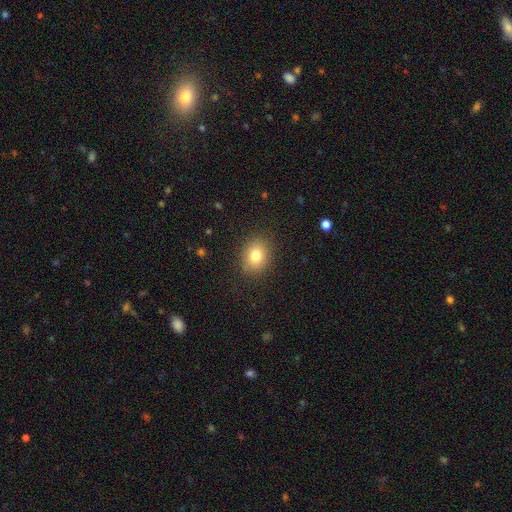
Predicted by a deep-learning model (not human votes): A smooth galaxy with no disk features (80%) that is round (50%). Merging: none (86%).